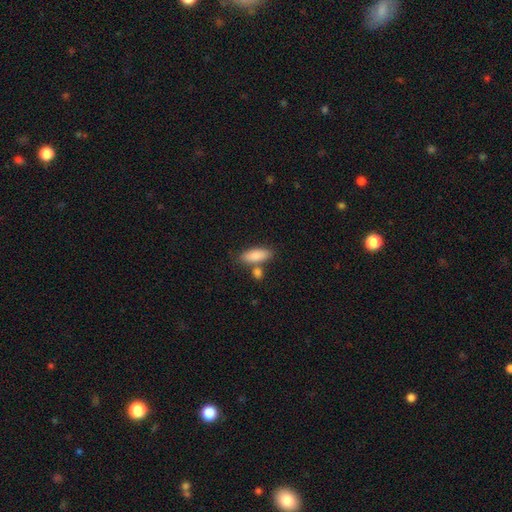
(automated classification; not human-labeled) Smooth or featured? smooth (86%)
How rounded? in between (76%)
Merging? none (66%)